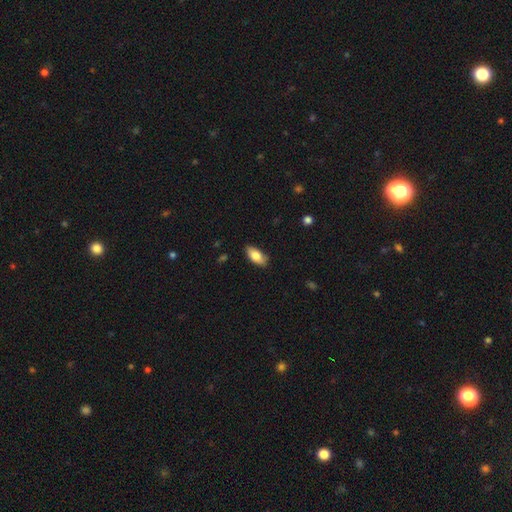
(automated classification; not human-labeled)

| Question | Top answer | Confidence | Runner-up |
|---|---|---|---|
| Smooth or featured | smooth | 81% | featured or disk (12%) |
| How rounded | in between | 90% | cigar-shaped (8%) |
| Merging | none | 83% | minor disturbance (14%) |